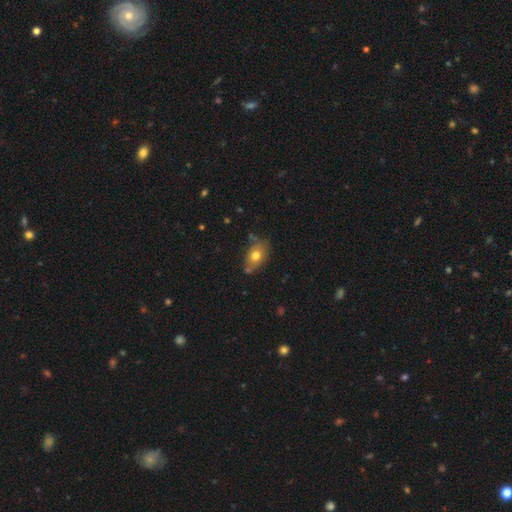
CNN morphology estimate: The model was most divided on "merging": none: 66%, minor disturbance: 21%, merger: 9%, major disturbance: 5%. More confident: how rounded — in between (77%); smooth or featured — smooth (73%).